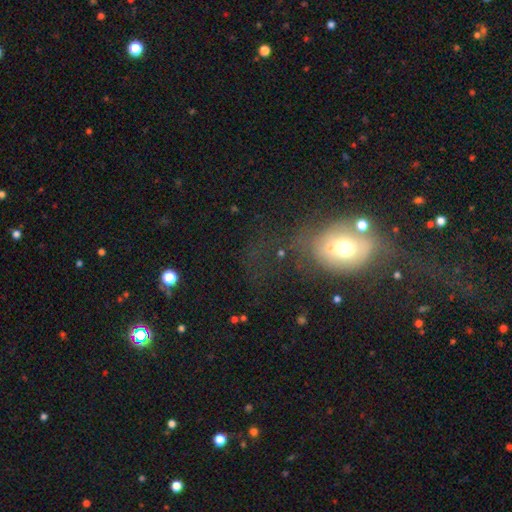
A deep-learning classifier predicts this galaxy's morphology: Smooth or featured? smooth (46%)
Merging? none (46%)